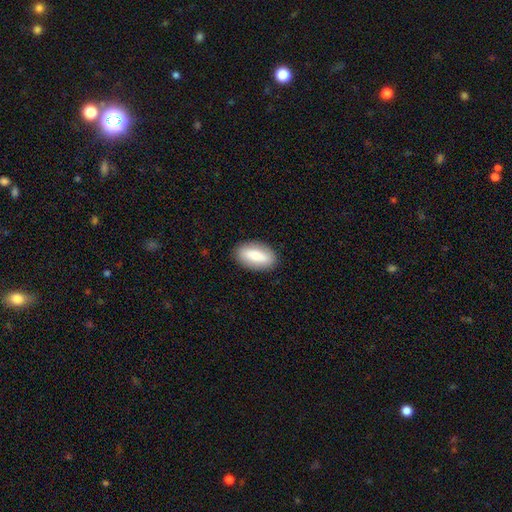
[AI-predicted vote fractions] smooth 73%, featured or disk 21%, star or artifact 6%. Down the decision tree: how rounded — in between (91%); merging — none (87%).